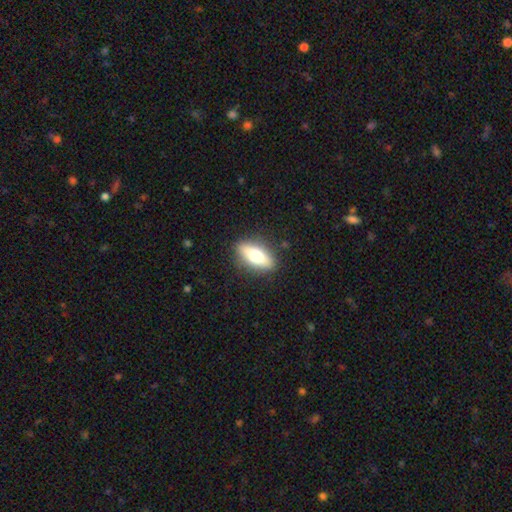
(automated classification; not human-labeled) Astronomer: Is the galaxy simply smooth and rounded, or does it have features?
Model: smooth — 62%.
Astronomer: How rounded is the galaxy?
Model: in between — 74%.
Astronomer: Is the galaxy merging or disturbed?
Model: none — 87%.